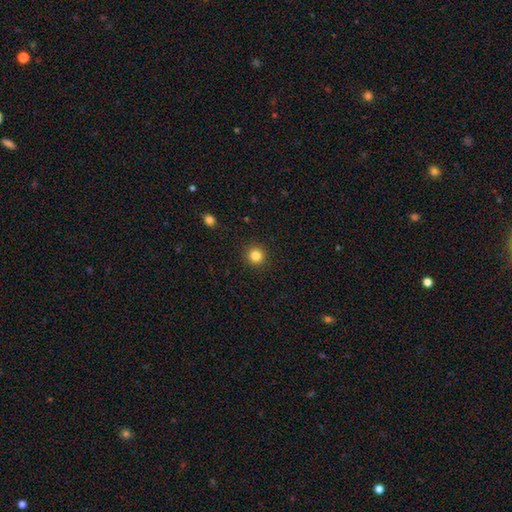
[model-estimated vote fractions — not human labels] Morphology: type=smooth (84%); roundness=round (94%); merging=none (92%).